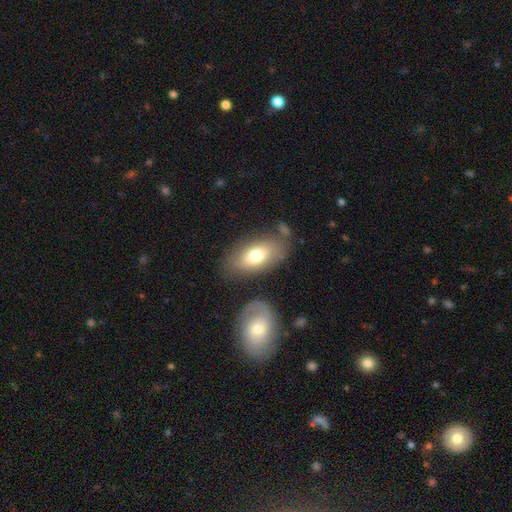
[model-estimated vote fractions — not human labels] smooth_or_featured: smooth (p=0.69) [alt: featured or disk p=0.24]
how_rounded: in between (p=0.90) [alt: round p=0.06]
merging: none (p=0.69) [alt: minor disturbance p=0.16]